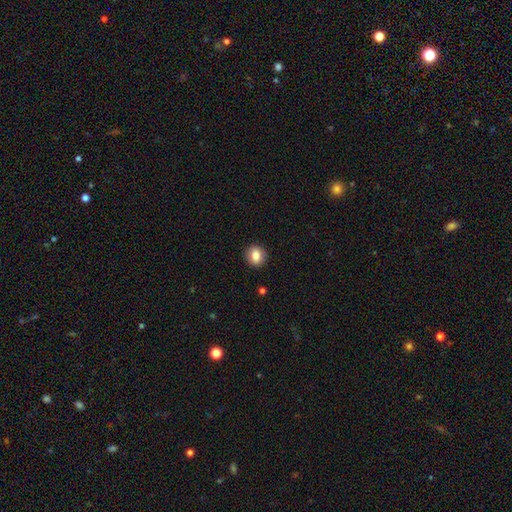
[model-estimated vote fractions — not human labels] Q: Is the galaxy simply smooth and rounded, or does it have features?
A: smooth — 83%.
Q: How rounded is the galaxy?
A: round — 74%.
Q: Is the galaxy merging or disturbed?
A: none — 90%.